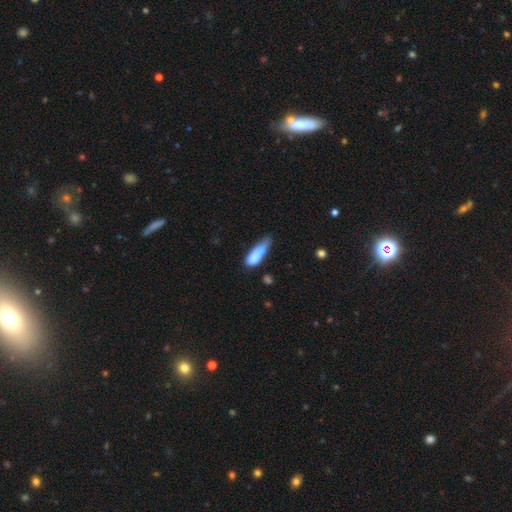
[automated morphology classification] smooth 74%, featured or disk 18%, star or artifact 8%. Down the decision tree: how rounded — in between (50%); merging — minor disturbance (32%).